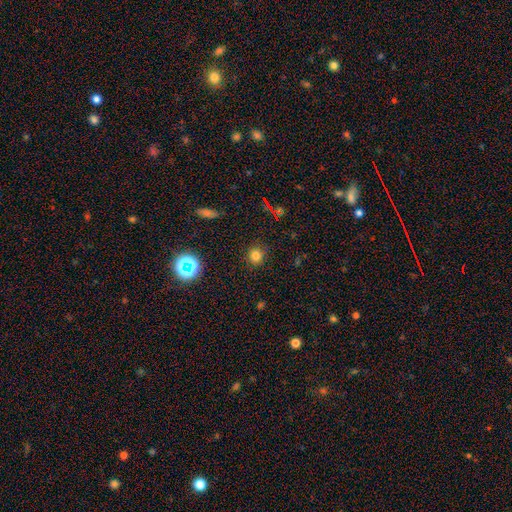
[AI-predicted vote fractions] Morphology: type=smooth (75%); roundness=round (89%); merging=none (88%).